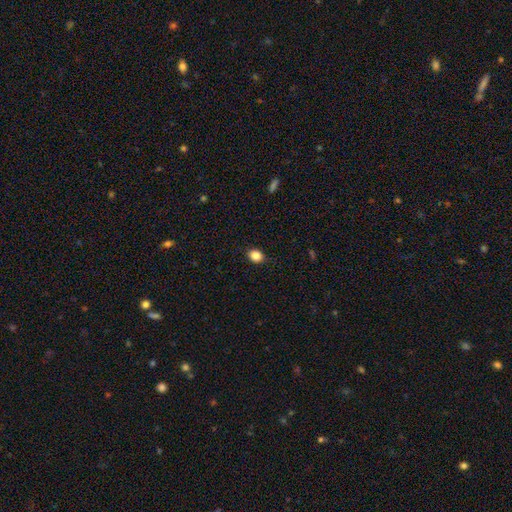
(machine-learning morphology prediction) Smooth or featured? smooth (86%)
How rounded? round (55%)
Merging? none (86%)